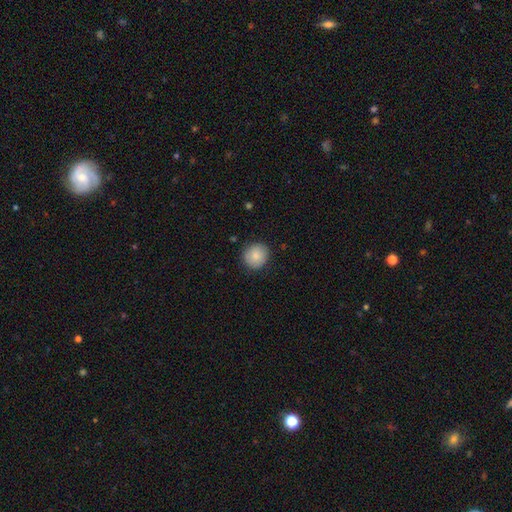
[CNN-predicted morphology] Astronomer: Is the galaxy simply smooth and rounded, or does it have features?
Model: smooth — 84%.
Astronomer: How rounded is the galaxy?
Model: round — 89%.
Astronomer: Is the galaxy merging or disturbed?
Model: none — 87%.